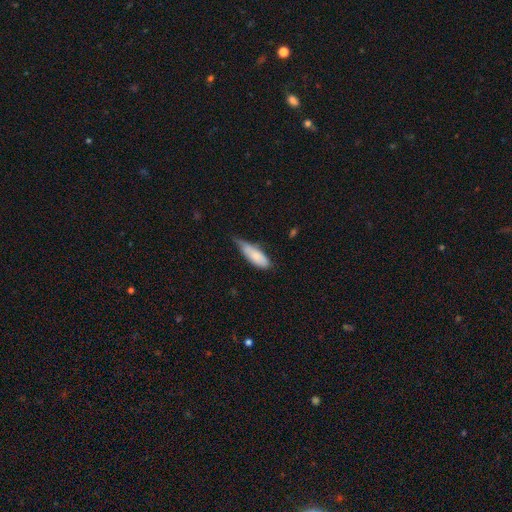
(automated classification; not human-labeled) smooth 78%, featured or disk 16%, star or artifact 6%. Down the decision tree: how rounded — in between (65%); merging — minor disturbance (51%).